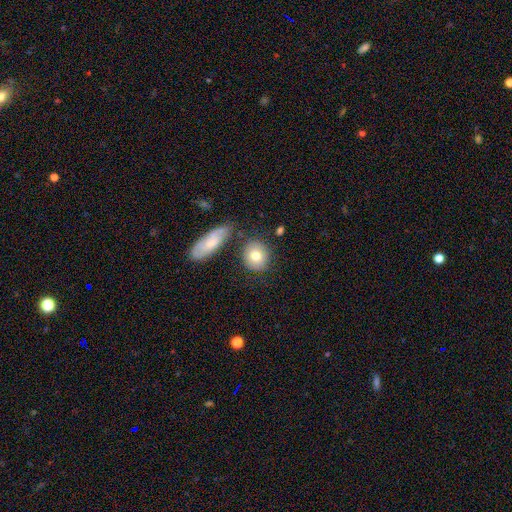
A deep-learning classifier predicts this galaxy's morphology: This appears to be a smooth galaxy with no disk features (77%) that is round (74%). Merging: none (78%).